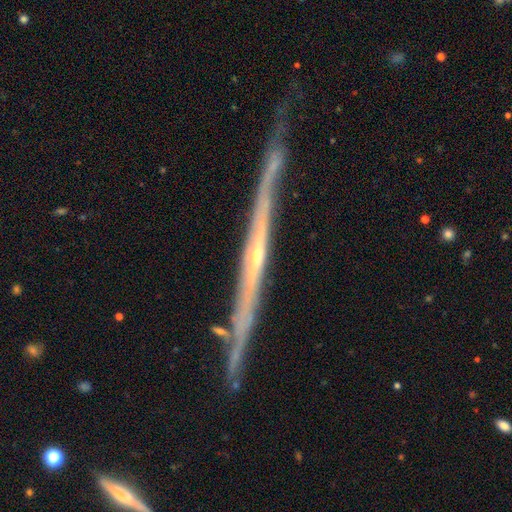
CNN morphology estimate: Smooth or featured?
  - featured or disk: 84% *
  - smooth: 9%
  - star or artifact: 7%
Edge-on disk?
  - yes: 96% *
  - no: 4%
Edge-on bulge?
  - none: 52% *
  - rounded: 43%
  - boxy: 5%
Merging?
  - none: 71% *
  - minor disturbance: 23%
  - major disturbance: 4%
  - merger: 3%